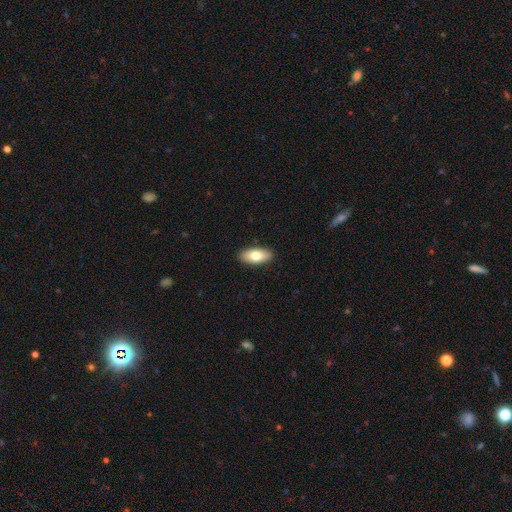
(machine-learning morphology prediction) Q: Smooth or featured?
A: smooth (76%); runner-up: featured or disk (18%)
Q: How rounded?
A: in between (88%); runner-up: cigar-shaped (9%)
Q: Merging?
A: none (90%); runner-up: minor disturbance (7%)